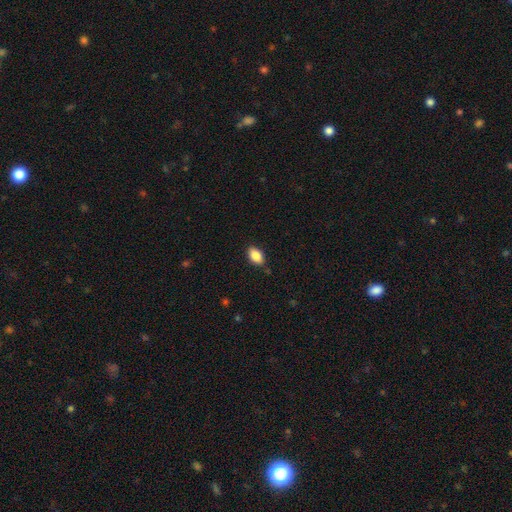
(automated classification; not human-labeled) A smooth galaxy with no disk features (87%) that is in between round and cigar-shaped (92%). Merging: none (85%).